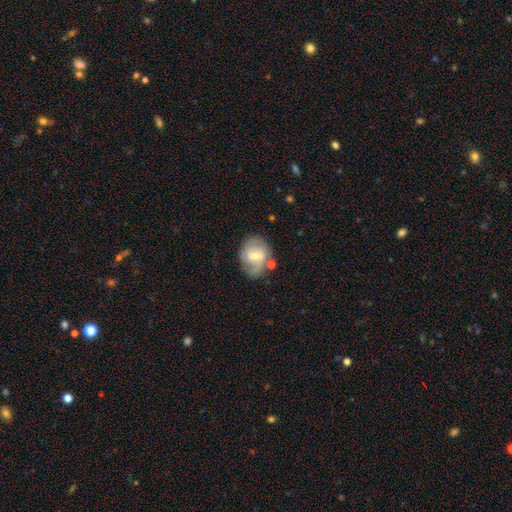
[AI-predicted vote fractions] Overall: featured or disk (65%; smooth 29%). Edge-on disk: no (97%). Bar: weak (55%; no 30%). Spiral arms: yes (83%). Spiral arm count: 2 (63%). Spiral winding: medium (44%; tight 37%). Bulge size: moderate (51%; small 44%). Merging: none (64%).